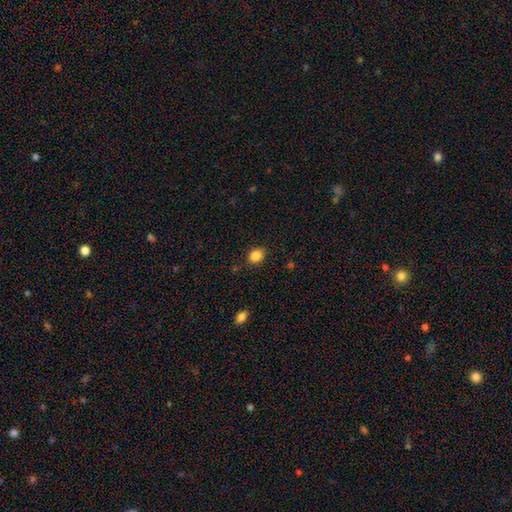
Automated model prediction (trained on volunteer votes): A smooth galaxy with no disk features (86%) that is round (58%). Merging: none (85%).